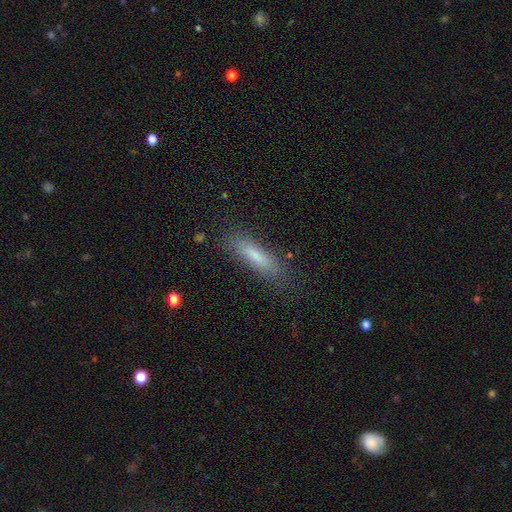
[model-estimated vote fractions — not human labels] smooth 77%, featured or disk 15%, star or artifact 8%. Down the decision tree: how rounded — cigar-shaped (72%); merging — none (82%).